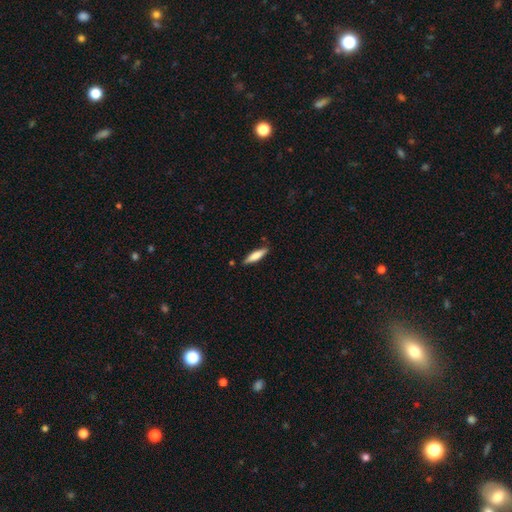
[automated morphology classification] Q: Smooth or featured?
A: smooth (75%); runner-up: featured or disk (20%)
Q: How rounded?
A: cigar-shaped (72%); runner-up: in between (27%)
Q: Merging?
A: none (82%); runner-up: minor disturbance (13%)